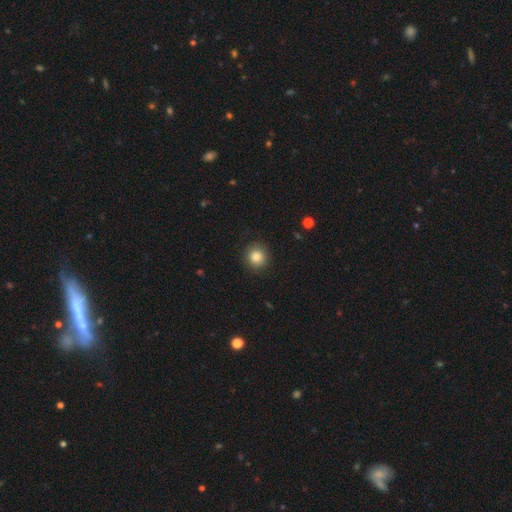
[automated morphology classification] Smooth or featured: smooth — 84% (star or artifact — 10%)
How rounded: round — 92% (in between — 7%)
Merging: none — 90% (minor disturbance — 7%)